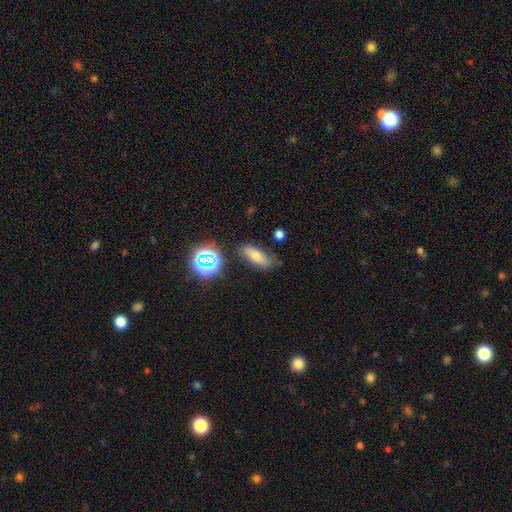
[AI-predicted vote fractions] This appears to be a smooth galaxy with no disk features (63%) that is in between round and cigar-shaped (67%). Merging: none (71%).